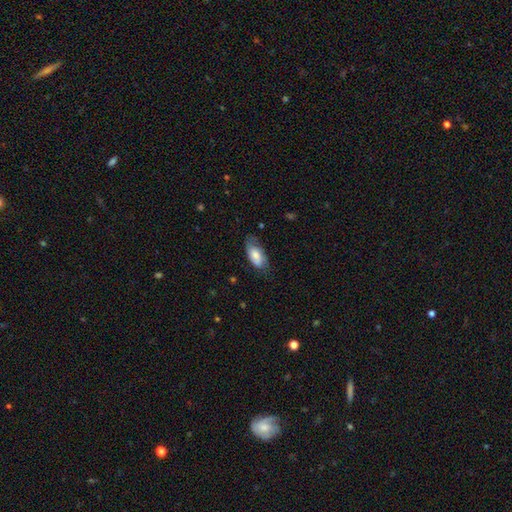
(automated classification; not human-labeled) Smooth or featured?
  - smooth: 70% *
  - featured or disk: 24%
  - star or artifact: 6%
How rounded?
  - in between: 90% *
  - cigar-shaped: 7%
  - round: 3%
Merging?
  - none: 57% *
  - minor disturbance: 31%
  - major disturbance: 10%
  - merger: 2%